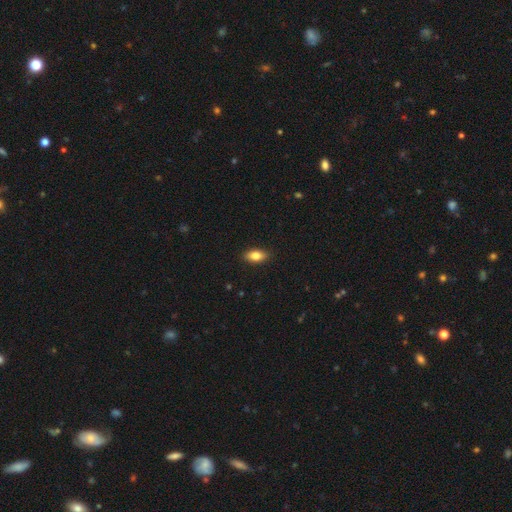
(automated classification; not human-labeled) A smooth galaxy with no disk features (83%) that is in between round and cigar-shaped (89%). Merging: none (89%).